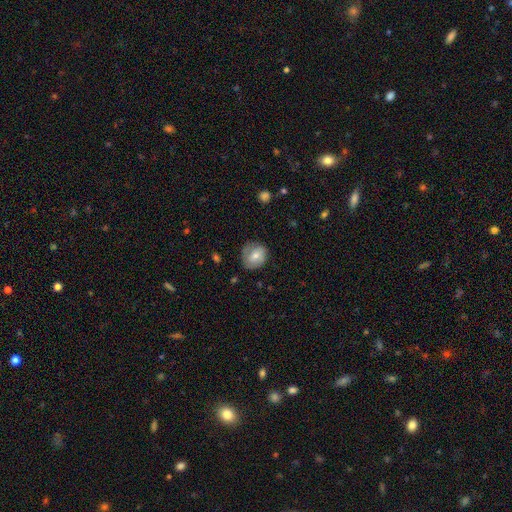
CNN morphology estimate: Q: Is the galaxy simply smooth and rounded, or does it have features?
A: smooth — 64%.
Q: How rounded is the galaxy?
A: round — 69%.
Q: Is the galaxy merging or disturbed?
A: none — 68%.